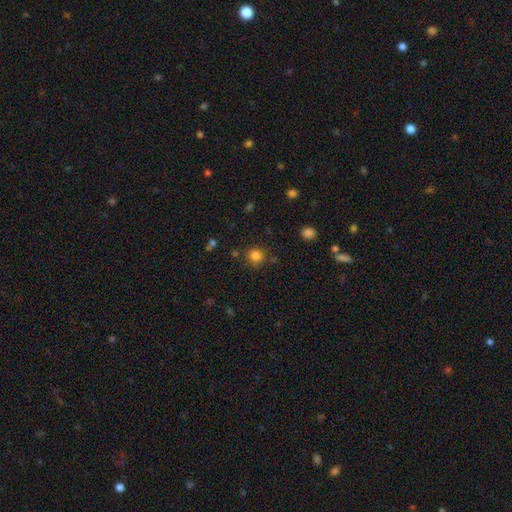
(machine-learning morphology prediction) Smooth or featured?
  - smooth: 82% *
  - star or artifact: 13%
  - featured or disk: 5%
How rounded?
  - round: 89% *
  - in between: 10%
  - cigar-shaped: 1%
Merging?
  - none: 81% *
  - minor disturbance: 11%
  - merger: 5%
  - major disturbance: 4%